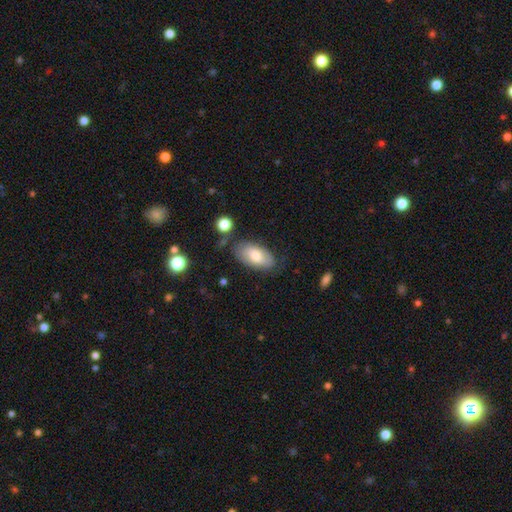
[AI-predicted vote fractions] smooth-or-featured: smooth: 72% | featured or disk: 21% | star or artifact: 7%
  how-rounded: in between: 94% | round: 3% | cigar-shaped: 3%
  merging: none: 72% | minor disturbance: 19% | major disturbance: 5% | merger: 4%